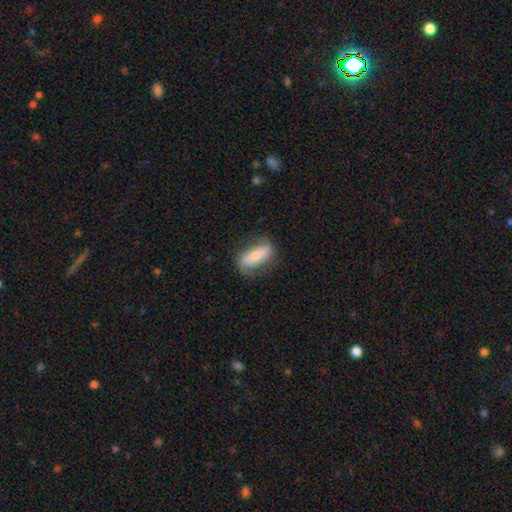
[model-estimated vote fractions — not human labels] smooth_or_featured: smooth (p=0.56) [alt: featured or disk p=0.37]
how_rounded: in between (p=0.73) [alt: cigar-shaped p=0.22]
merging: none (p=0.71) [alt: minor disturbance p=0.20]